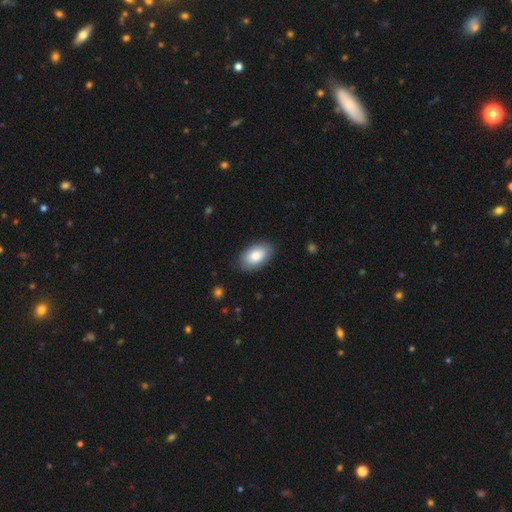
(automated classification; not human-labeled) Smooth or featured?
  - smooth: 82% *
  - featured or disk: 12%
  - star or artifact: 6%
How rounded?
  - in between: 94% *
  - round: 5%
  - cigar-shaped: 1%
Merging?
  - none: 84% *
  - minor disturbance: 12%
  - major disturbance: 3%
  - merger: 1%